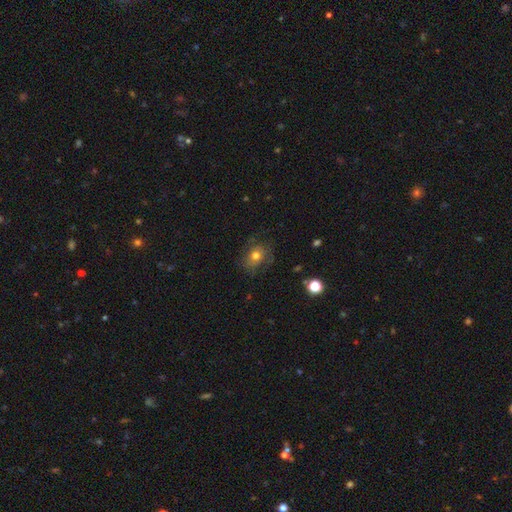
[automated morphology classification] Q: Smooth or featured?
A: smooth (59%); runner-up: featured or disk (29%)
Q: How rounded?
A: round (54%); runner-up: in between (45%)
Q: Merging?
A: none (65%); runner-up: minor disturbance (21%)